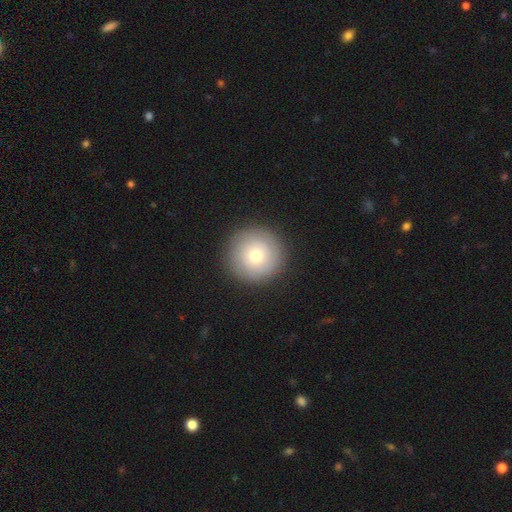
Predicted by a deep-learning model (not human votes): smooth 69%, featured or disk 21%, star or artifact 10%. Down the decision tree: how rounded — round (96%); merging — none (90%).